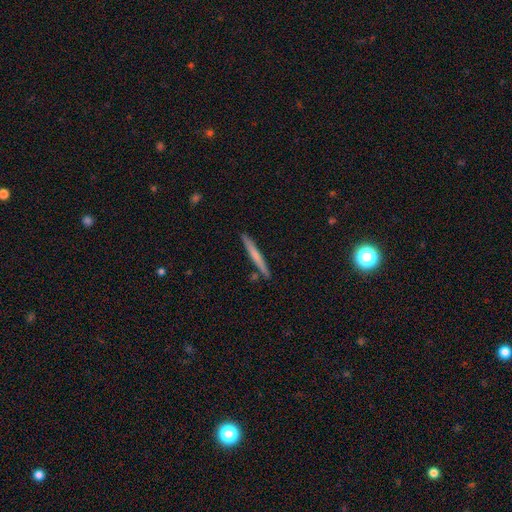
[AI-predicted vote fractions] Smooth or featured: smooth — 59% (featured or disk — 36%)
How rounded: cigar-shaped — 97% (in between — 2%)
Merging: none — 88% (minor disturbance — 7%)